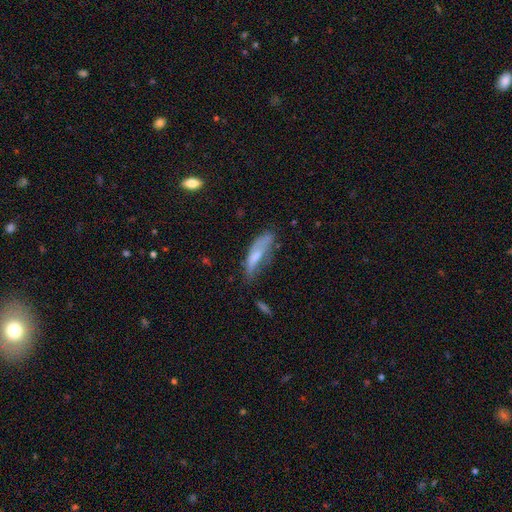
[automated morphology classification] Smooth or featured? smooth (63%)
How rounded? cigar-shaped (49%, tied with in between)
Merging? none (36%)